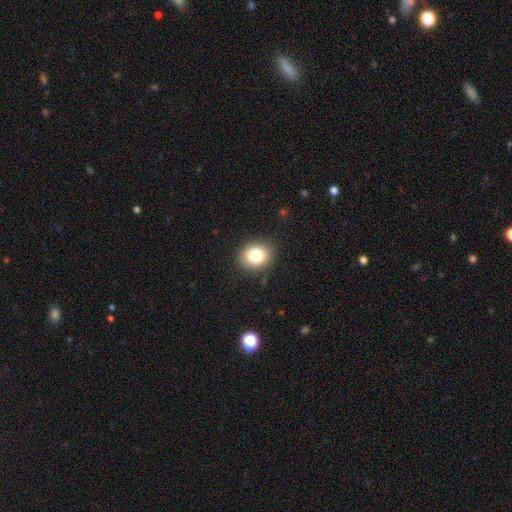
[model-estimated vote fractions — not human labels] Q: Smooth or featured?
A: smooth (83%); runner-up: star or artifact (10%)
Q: How rounded?
A: round (59%); runner-up: in between (40%)
Q: Merging?
A: none (85%); runner-up: minor disturbance (10%)